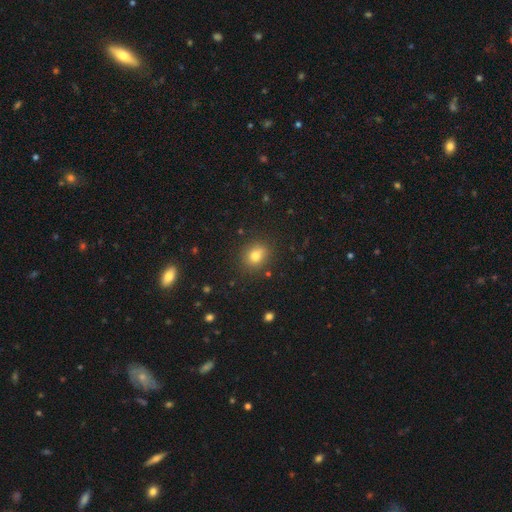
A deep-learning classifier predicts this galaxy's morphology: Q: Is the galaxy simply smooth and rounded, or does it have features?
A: smooth — 79%.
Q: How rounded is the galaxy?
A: round — 62%.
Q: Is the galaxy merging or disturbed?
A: none — 85%.